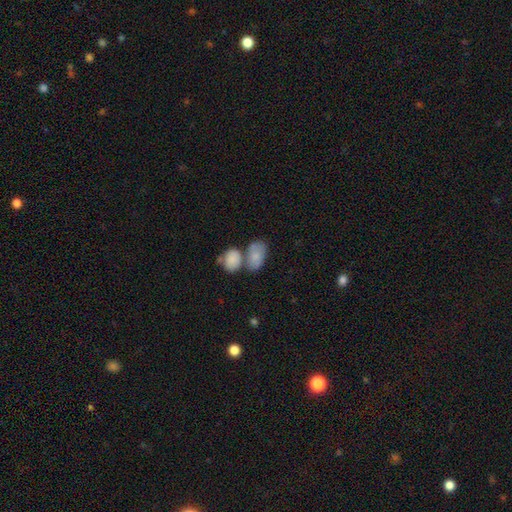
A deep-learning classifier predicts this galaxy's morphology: Overall: smooth (79%). How rounded: in between (89%). Merging: merger (47%; none 33%).